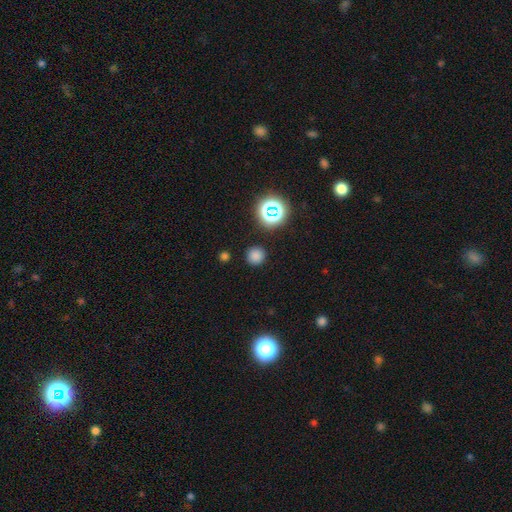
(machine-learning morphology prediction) A smooth galaxy with no disk features (76%) that is round (94%).

Vote fractions:
- Smooth or featured? smooth: 76% / star or artifact: 19% / featured or disk: 5%
- How rounded? round: 94% / in between: 5% / cigar-shaped: 1%
- Merging? none: 89% / minor disturbance: 7% / major disturbance: 3% / merger: 2%